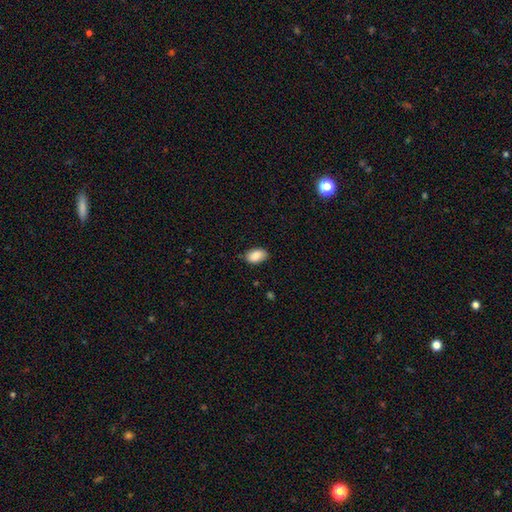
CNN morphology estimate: type=smooth (87%); roundness=in between (90%); merging=none (81%).